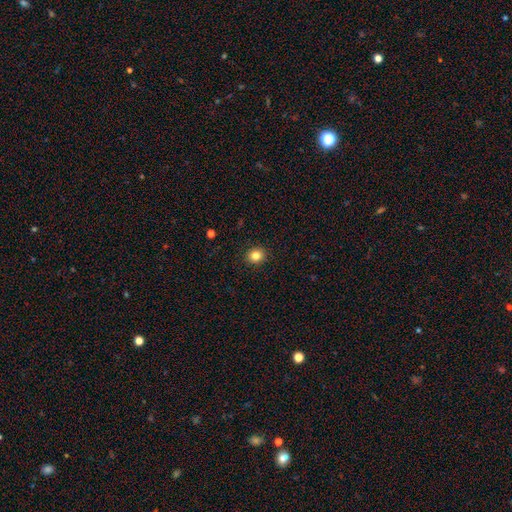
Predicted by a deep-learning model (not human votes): The model was most divided on "how rounded": round: 84%, in between: 15%, cigar-shaped: 1%. More confident: merging — none (92%); smooth or featured — smooth (83%).